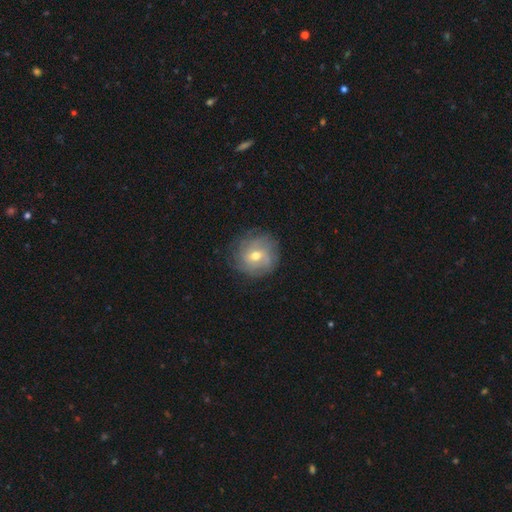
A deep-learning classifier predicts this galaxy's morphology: The model was most divided on "smooth or featured": featured or disk: 47%, smooth: 43%, star or artifact: 10%. More confident: merging — none (80%).